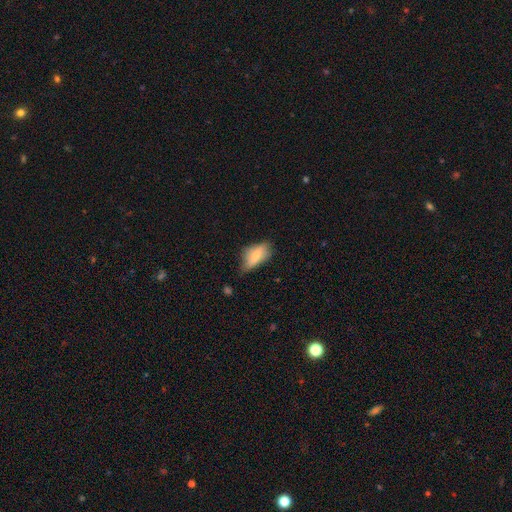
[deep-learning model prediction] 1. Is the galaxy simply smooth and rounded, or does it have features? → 72% smooth, 21% featured or disk, 7% star or artifact.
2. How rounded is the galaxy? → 85% in between, 12% cigar-shaped, 3% round.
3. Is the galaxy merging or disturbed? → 47% none, 40% minor disturbance, 11% major disturbance, 2% merger.